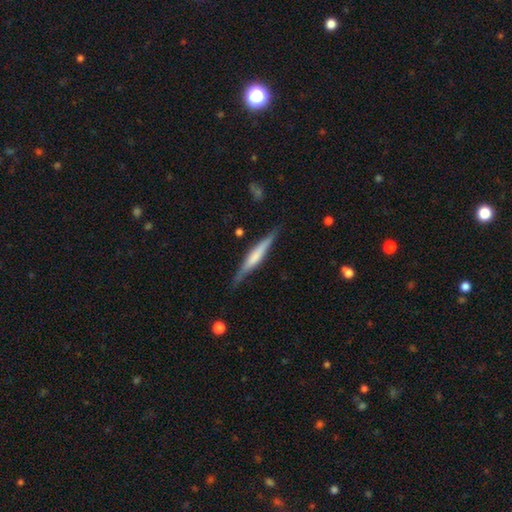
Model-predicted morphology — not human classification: This is possibly a featured or disk galaxy (55%). It is clearly viewed edge-on (96%). Edge-on bulge: marginally rounded (35%). Merging: clearly none (82%).